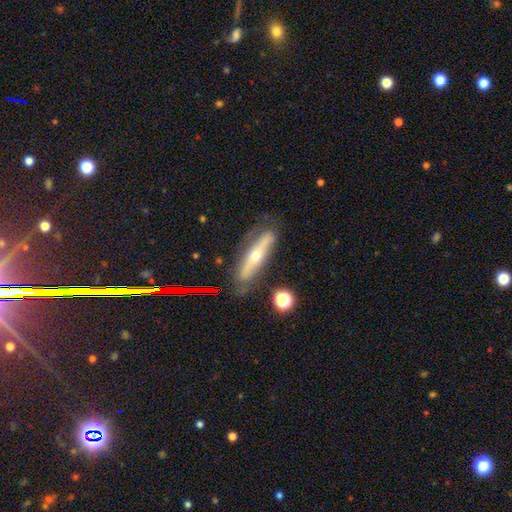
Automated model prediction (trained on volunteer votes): A featured or disk galaxy (65%) viewed edge-on (68%). Merging: none (70%).